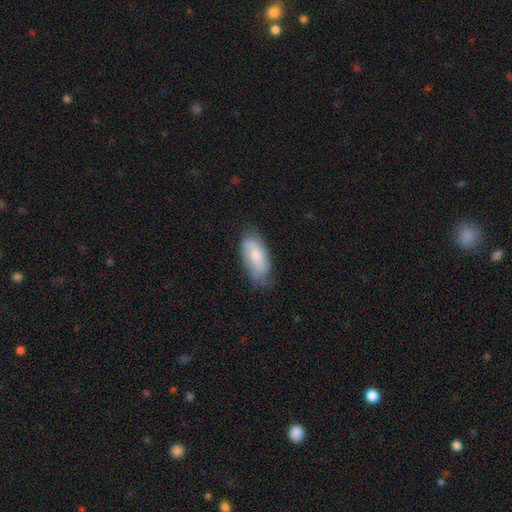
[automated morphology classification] smooth 66%, featured or disk 27%, star or artifact 6%. Down the decision tree: how rounded — in between (87%); merging — none (62%).